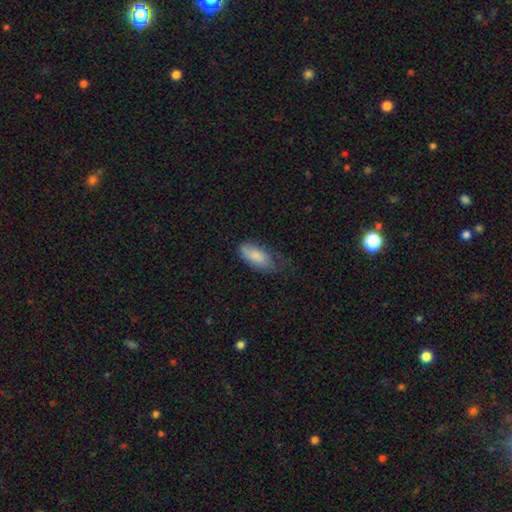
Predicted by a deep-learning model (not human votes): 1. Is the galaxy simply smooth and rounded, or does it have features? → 78% smooth, 16% featured or disk, 6% star or artifact.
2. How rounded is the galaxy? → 89% in between, 8% cigar-shaped, 2% round.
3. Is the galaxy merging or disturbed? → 45% none, 36% minor disturbance, 17% major disturbance, 2% merger.